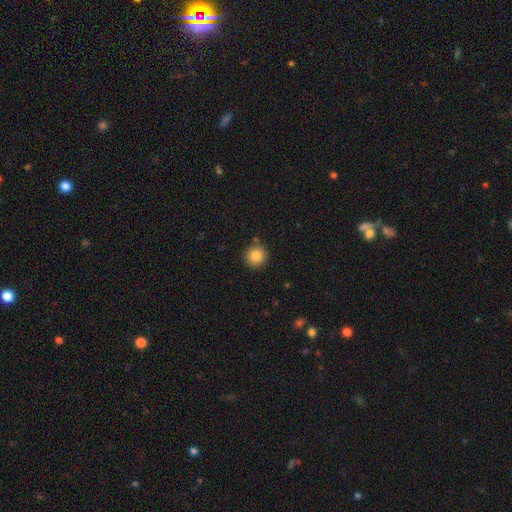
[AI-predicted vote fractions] Morphology: type=smooth (84%); roundness=round (94%); merging=none (87%).